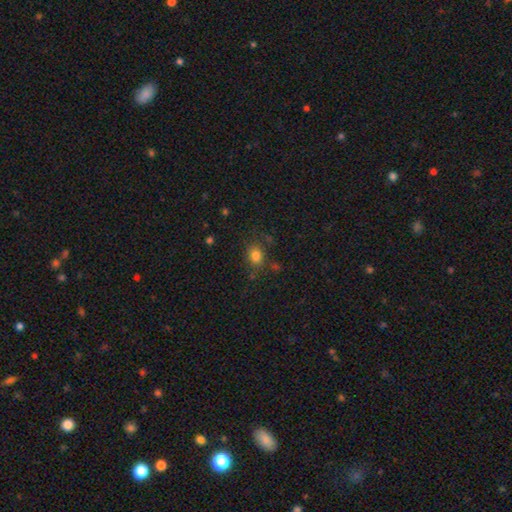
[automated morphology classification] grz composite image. It shows a smooth galaxy with no disk features (80%) that is round (52%). Merging: none (76%).